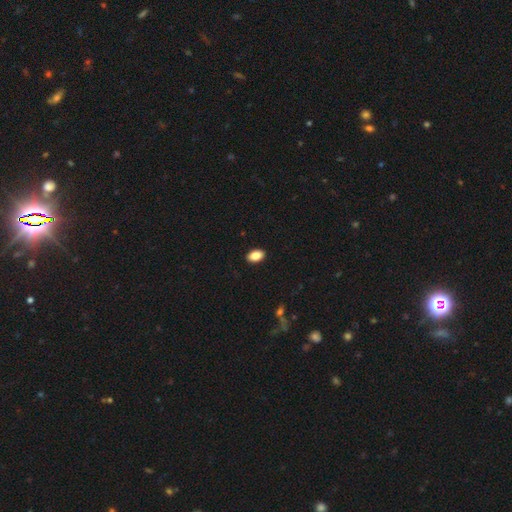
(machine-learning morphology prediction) Overall: smooth (86%). How rounded: in between (89%). Merging: none (91%).